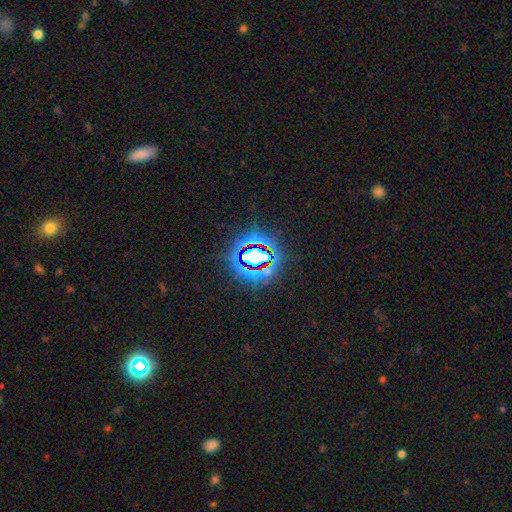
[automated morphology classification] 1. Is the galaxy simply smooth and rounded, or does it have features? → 78% star or artifact, 12% smooth, 10% featured or disk.